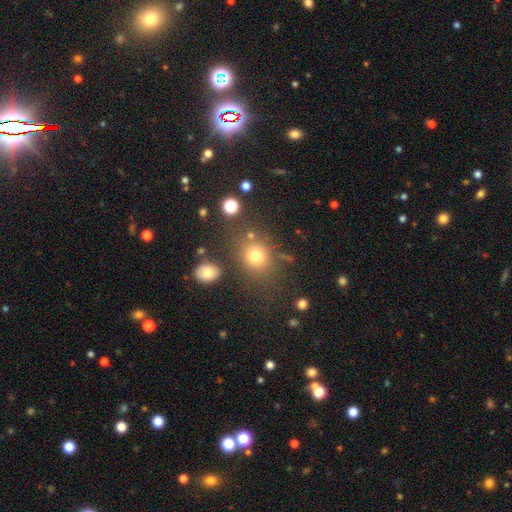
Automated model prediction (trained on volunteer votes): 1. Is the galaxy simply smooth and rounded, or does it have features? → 75% smooth, 16% star or artifact, 9% featured or disk.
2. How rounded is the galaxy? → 71% round, 28% in between, 1% cigar-shaped.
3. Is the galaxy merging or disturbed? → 73% none, 12% minor disturbance, 8% merger, 7% major disturbance.